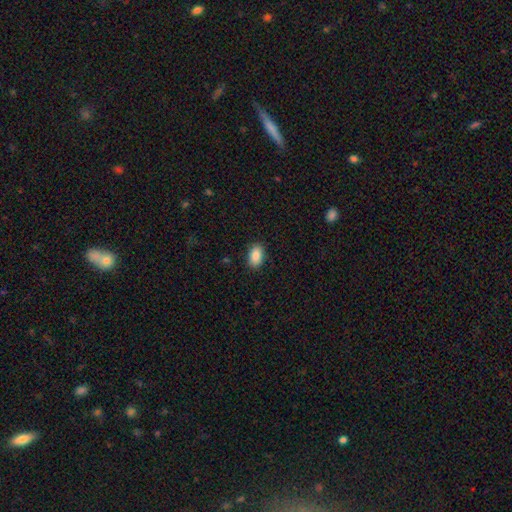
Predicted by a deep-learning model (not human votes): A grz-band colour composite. It shows a smooth galaxy with no disk features (89%) that is in between round and cigar-shaped (91%). Merging: none (88%).